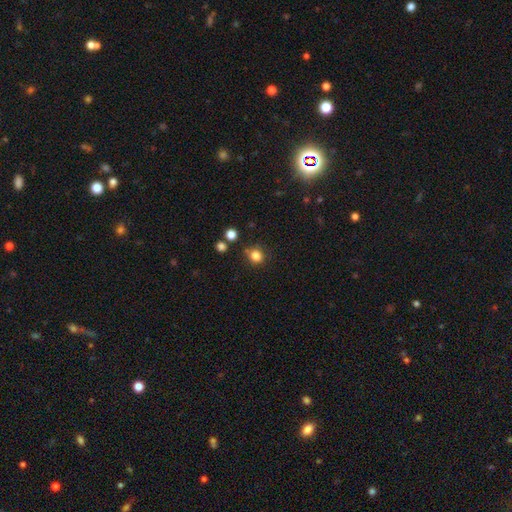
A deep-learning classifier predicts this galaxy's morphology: Q: Smooth or featured?
A: smooth (83%); runner-up: star or artifact (13%)
Q: How rounded?
A: round (82%); runner-up: in between (17%)
Q: Merging?
A: none (80%); runner-up: minor disturbance (12%)